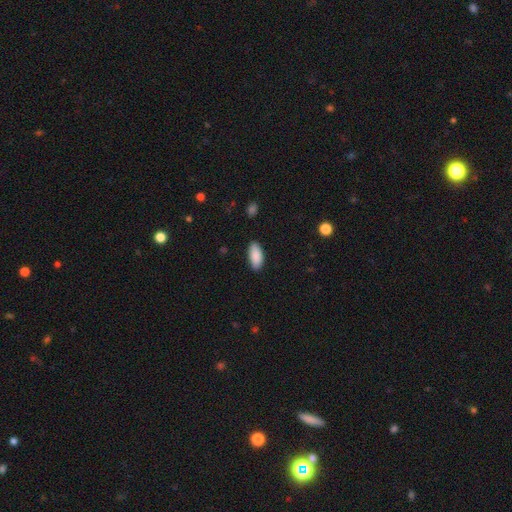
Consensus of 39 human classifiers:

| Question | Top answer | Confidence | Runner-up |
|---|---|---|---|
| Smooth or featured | smooth | 100% | — |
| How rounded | in between | 90% | cigar-shaped (10%) |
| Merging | none | 92% | minor disturbance (8%) |